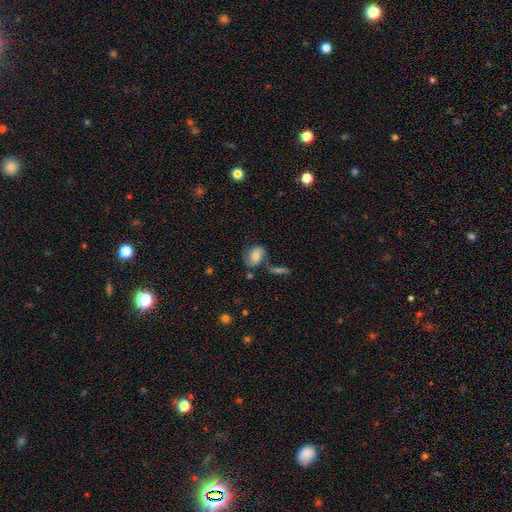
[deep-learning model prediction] This appears to be a smooth galaxy with no disk features (55%) that is in between round and cigar-shaped (64%). Merging: none (58%).